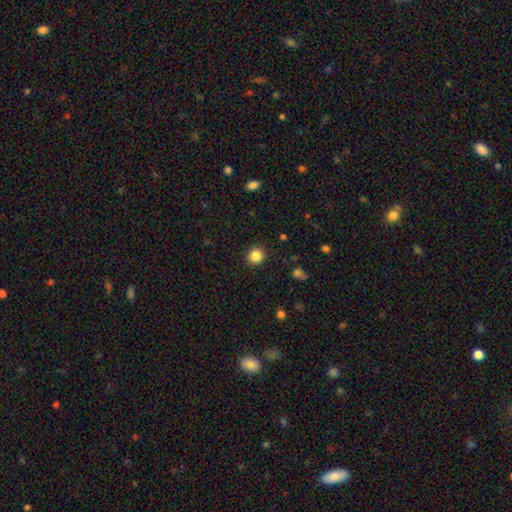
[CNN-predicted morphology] Overall: smooth (85%). How rounded: round (85%). Merging: none (91%).